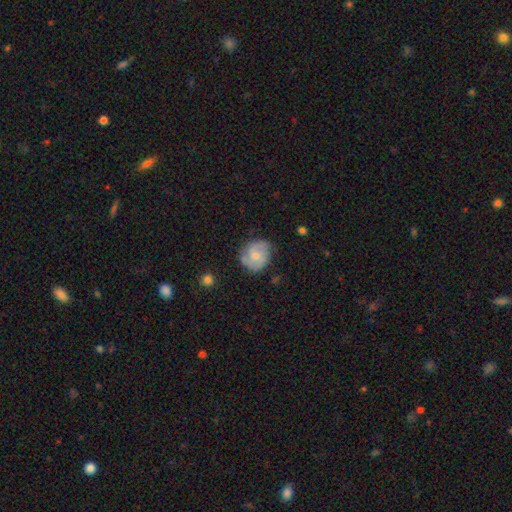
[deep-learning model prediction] Q: Smooth or featured?
A: featured or disk (67%); runner-up: smooth (27%)
Q: Edge-on disk?
A: no (98%); runner-up: yes (2%)
Q: Bar?
A: no (64%); runner-up: weak (32%)
Q: Spiral arms?
A: yes (92%); runner-up: no (8%)
Q: Spiral winding?
A: medium (46%); runner-up: tight (37%)
Q: Spiral arm count?
A: 2 (67%); runner-up: can't tell (13%)
Q: Bulge size?
A: small (55%); runner-up: moderate (36%)
Q: Merging?
A: none (71%); runner-up: minor disturbance (21%)